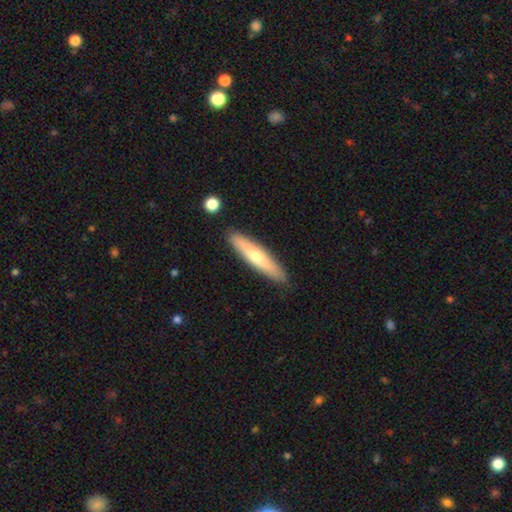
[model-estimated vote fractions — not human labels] Q: Smooth or featured?
A: smooth (55%); runner-up: featured or disk (39%)
Q: How rounded?
A: cigar-shaped (86%); runner-up: in between (12%)
Q: Merging?
A: none (88%); runner-up: minor disturbance (8%)